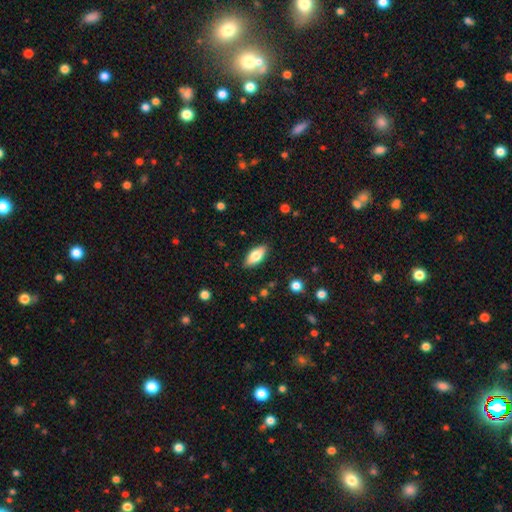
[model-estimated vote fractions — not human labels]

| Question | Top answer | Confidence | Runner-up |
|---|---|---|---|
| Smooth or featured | smooth | 72% | featured or disk (21%) |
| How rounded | in between | 82% | cigar-shaped (16%) |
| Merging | none | 87% | minor disturbance (9%) |